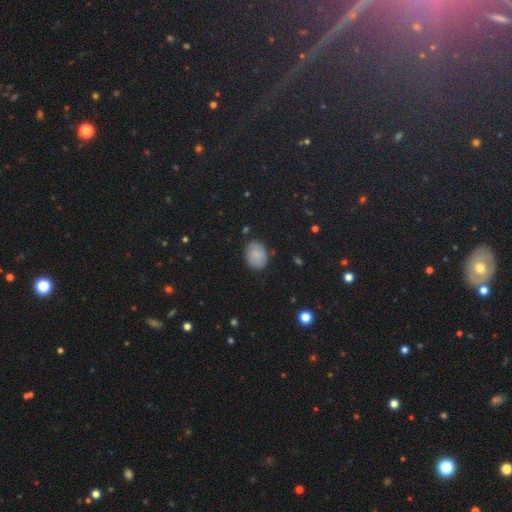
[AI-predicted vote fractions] Smooth or featured?
  - smooth: 74% *
  - star or artifact: 14%
  - featured or disk: 12%
How rounded?
  - in between: 63% *
  - round: 35%
  - cigar-shaped: 1%
Merging?
  - none: 82% *
  - minor disturbance: 13%
  - major disturbance: 3%
  - merger: 2%